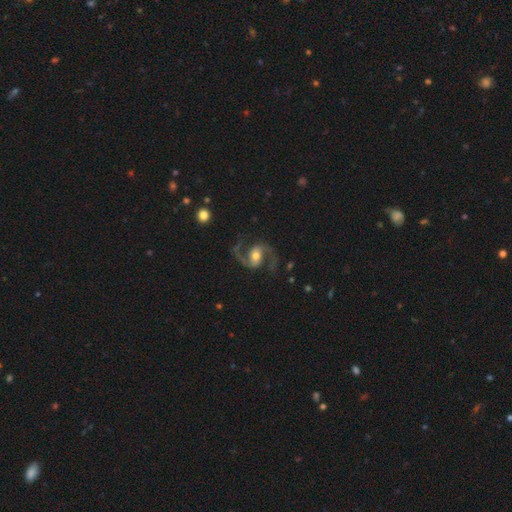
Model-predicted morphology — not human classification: A featured or disk galaxy (91%) with a weak bar (39%), 2 (94%) medium (49%) spiral arms (98%) and a moderate central bulge (65%).

Vote fractions:
- Smooth or featured? featured or disk: 91% / star or artifact: 4% / smooth: 4%
- Edge-on disk? no: 98% / yes: 2%
- Bar? weak: 39% / no: 37% / strong: 24%
- Spiral arms? yes: 98% / no: 2%
- Spiral winding? medium: 49% / loose: 44% / tight: 7%
- Spiral arm count? 2: 94% / 1: 1% / can't tell: 1% / 3: 1% / 4: 1% / more than 4: 1%
- Bulge size? moderate: 65% / small: 23% / large: 9% / none: 2% / dominant: 1%
- Merging? none: 79% / minor disturbance: 12% / major disturbance: 8% / merger: 2%